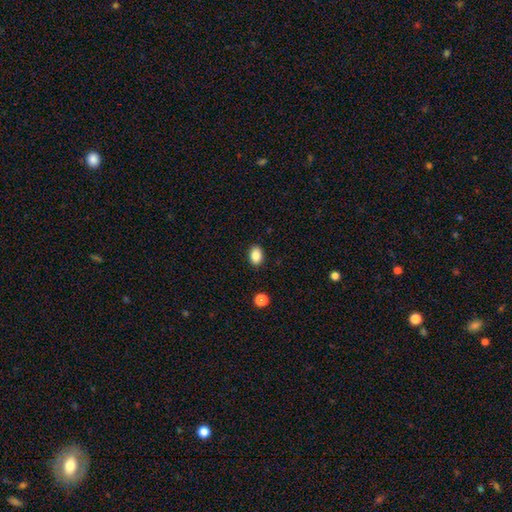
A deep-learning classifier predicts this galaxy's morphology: A smooth galaxy with no disk features (86%) that is in between round and cigar-shaped (76%). Merging: none (89%).